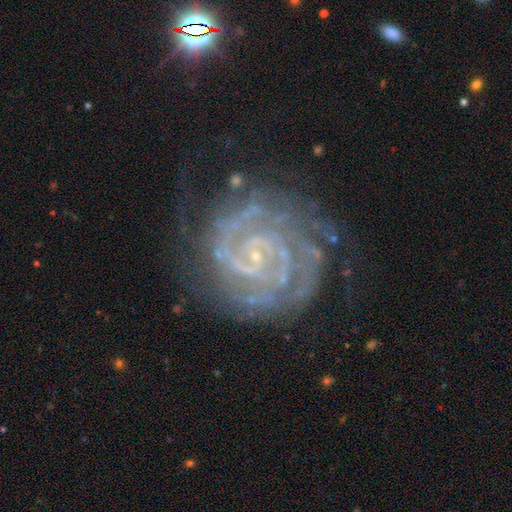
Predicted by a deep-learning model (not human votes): Overall: featured or disk (90%). Edge-on disk: no (98%). Bar: no (56%; weak 32%). Spiral arms: yes (98%). Spiral arm count: 2 (39%; 3 18%). Spiral winding: tight (75%). Bulge size: small (83%). Merging: none (71%).